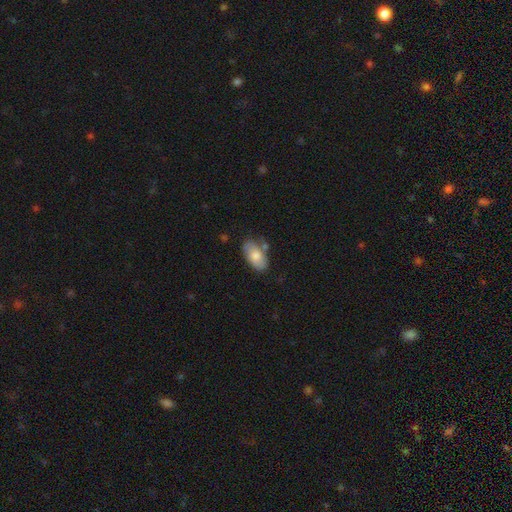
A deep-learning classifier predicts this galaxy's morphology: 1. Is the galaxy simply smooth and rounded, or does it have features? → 74% smooth, 20% featured or disk, 6% star or artifact.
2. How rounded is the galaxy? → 94% in between, 4% round, 2% cigar-shaped.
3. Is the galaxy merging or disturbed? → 66% none, 21% minor disturbance, 9% merger, 5% major disturbance.